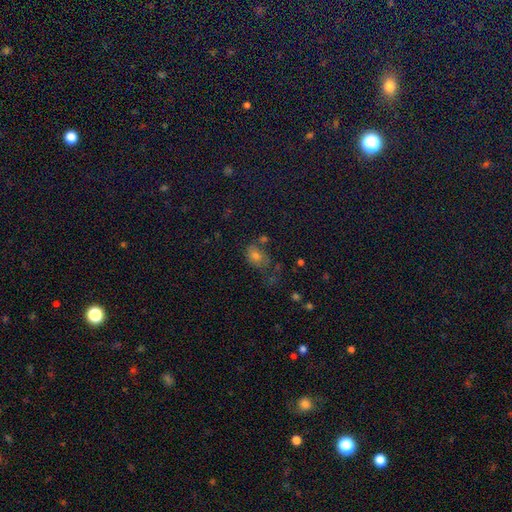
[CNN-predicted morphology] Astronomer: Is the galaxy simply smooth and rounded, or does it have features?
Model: smooth — 59%.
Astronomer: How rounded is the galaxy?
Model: in between — 71%.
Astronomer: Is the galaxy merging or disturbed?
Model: none — 49% (runner-up: minor disturbance, 24%).